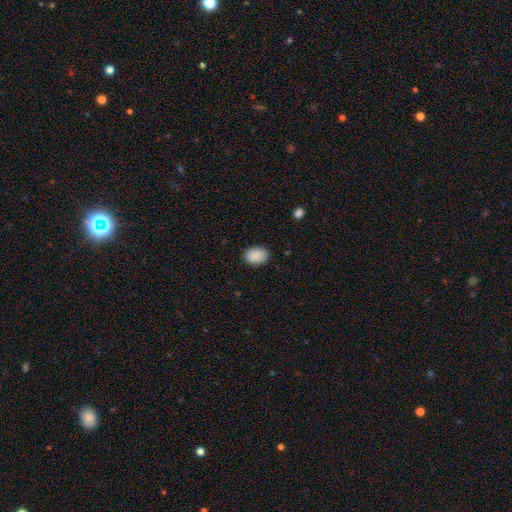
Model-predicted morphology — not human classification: Smooth or featured? Predicted: smooth (p=0.90). How rounded? Predicted: in between (p=0.78). Merging? Predicted: none (p=0.87).